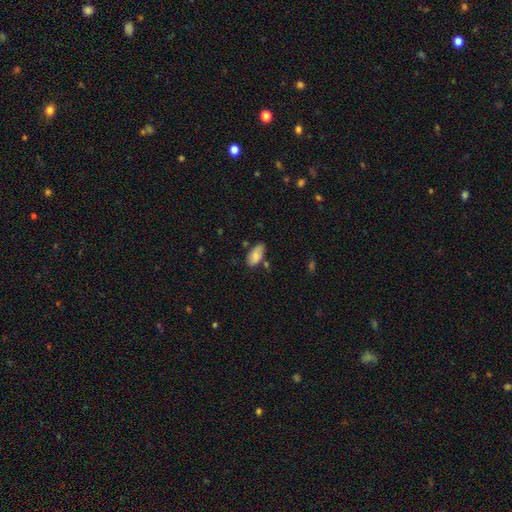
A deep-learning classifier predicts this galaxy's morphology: smooth_or_featured: smooth (p=0.78) [alt: featured or disk p=0.15]
how_rounded: in between (p=0.93) [alt: cigar-shaped p=0.04]
merging: none (p=0.62) [alt: minor disturbance p=0.25]